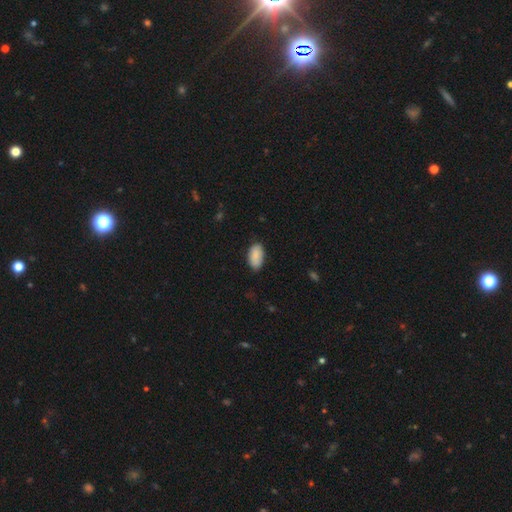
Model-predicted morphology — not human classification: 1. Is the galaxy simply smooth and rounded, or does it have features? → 88% smooth, 6% star or artifact, 6% featured or disk.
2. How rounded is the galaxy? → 95% in between, 3% round, 2% cigar-shaped.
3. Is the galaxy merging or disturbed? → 81% none, 15% minor disturbance, 3% major disturbance, 1% merger.